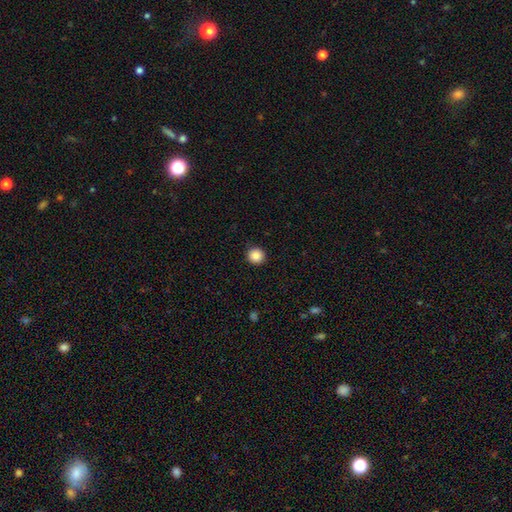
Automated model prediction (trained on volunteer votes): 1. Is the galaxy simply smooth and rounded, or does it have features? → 87% smooth, 10% star or artifact, 3% featured or disk.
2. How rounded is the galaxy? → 95% round, 4% in between, 1% cigar-shaped.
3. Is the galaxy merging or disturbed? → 93% none, 5% minor disturbance, 2% major disturbance, 1% merger.